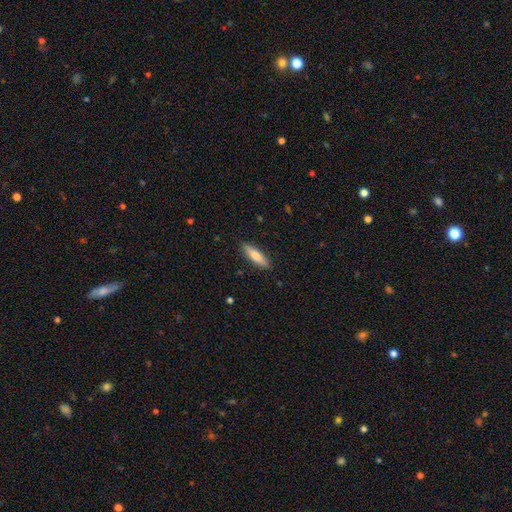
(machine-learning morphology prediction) Overall: smooth (70%). How rounded: cigar-shaped (65%; in between 33%). Merging: none (89%).